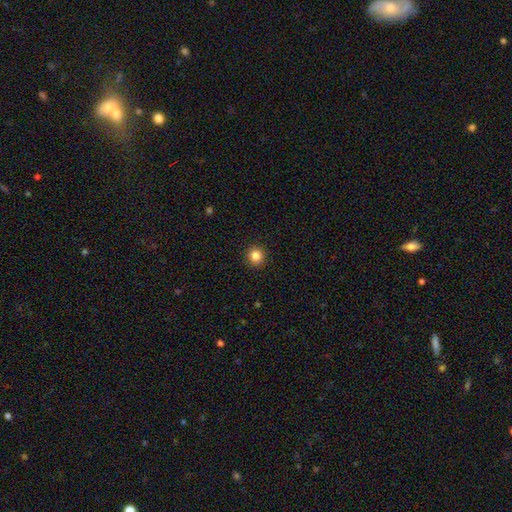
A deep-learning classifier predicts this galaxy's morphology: This is clearly a smooth galaxy (85%). How rounded: clearly round (93%). Merging: clearly none (93%).